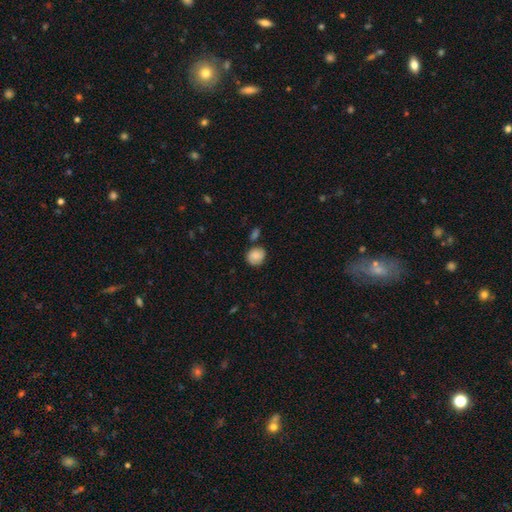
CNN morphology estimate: smooth 82%, featured or disk 10%, star or artifact 8%. Down the decision tree: how rounded — round (74%); merging — none (69%).